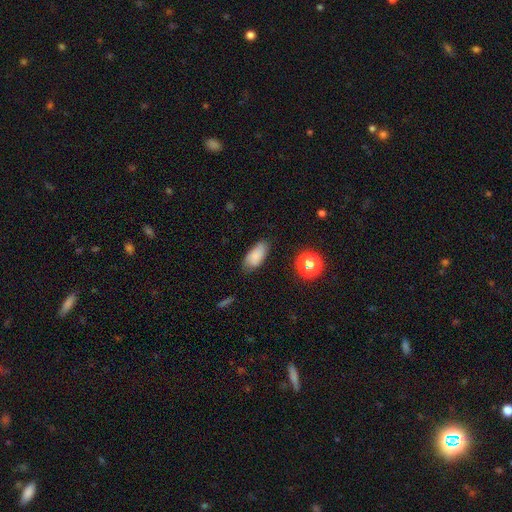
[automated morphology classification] Smooth or featured? Predicted: smooth (p=0.81). How rounded? Predicted: in between (p=0.89). Merging? Predicted: none (p=0.71).